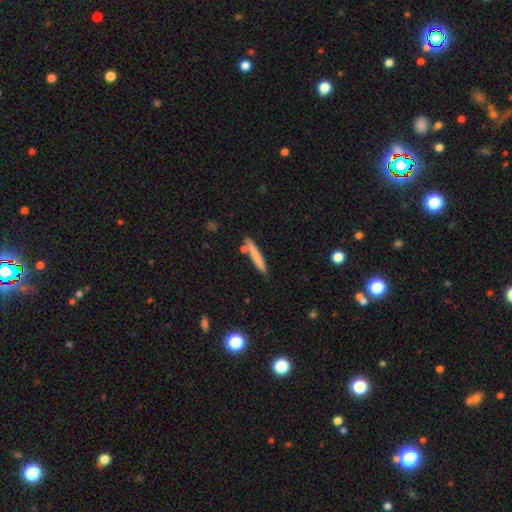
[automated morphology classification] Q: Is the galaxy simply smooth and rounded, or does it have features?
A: smooth — 74%.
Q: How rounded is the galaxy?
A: cigar-shaped — 94%.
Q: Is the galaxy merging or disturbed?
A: none — 80%.